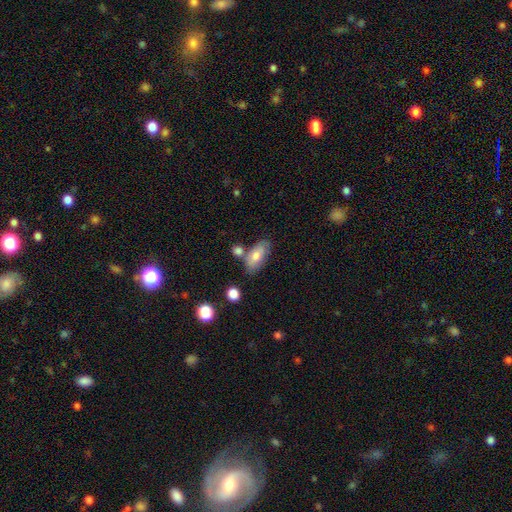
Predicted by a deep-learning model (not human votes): smooth_or_featured: smooth (p=0.72) [alt: featured or disk p=0.21]
how_rounded: in between (p=0.89) [alt: cigar-shaped p=0.07]
merging: none (p=0.64) [alt: minor disturbance p=0.16]